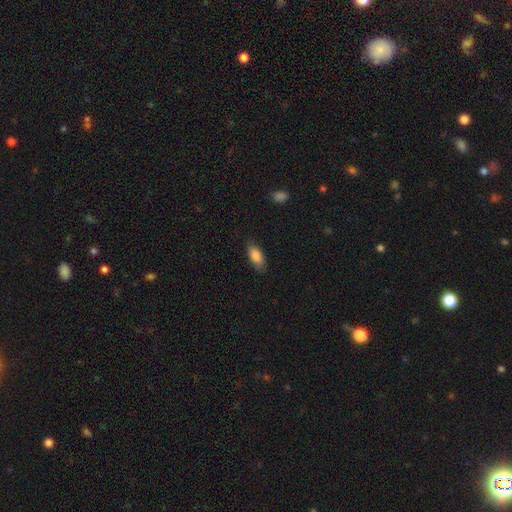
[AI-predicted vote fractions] This is clearly a smooth galaxy (84%). How rounded: clearly in between (85%). Merging: likely none (79%).